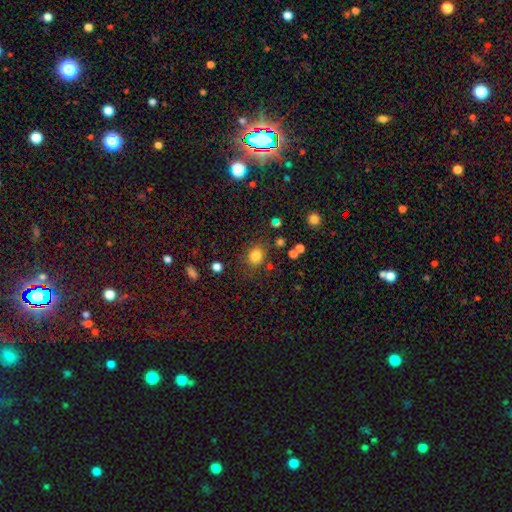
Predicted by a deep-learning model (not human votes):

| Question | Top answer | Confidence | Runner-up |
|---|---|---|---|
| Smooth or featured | smooth | 81% | star or artifact (13%) |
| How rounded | round | 68% | in between (31%) |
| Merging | none | 78% | minor disturbance (13%) |